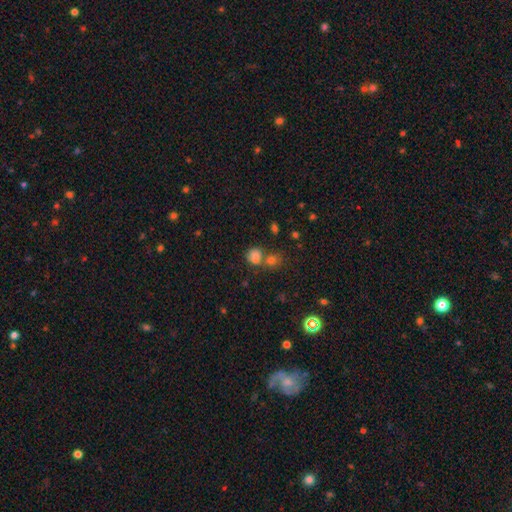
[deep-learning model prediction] The model was most divided on "merging": none: 51%, merger: 33%, minor disturbance: 11%, major disturbance: 5%. More confident: smooth or featured — smooth (74%); how rounded — round (72%).